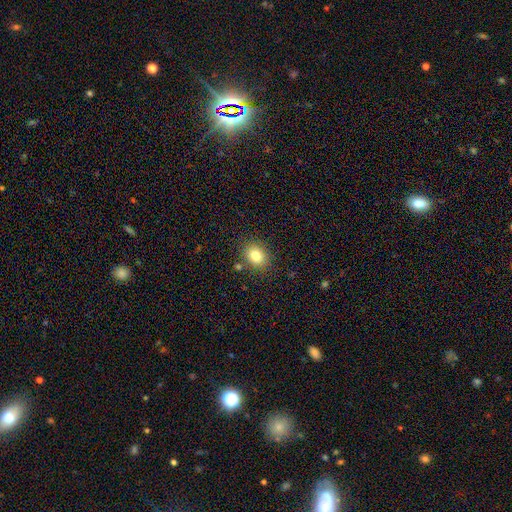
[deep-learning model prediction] This appears to be a smooth galaxy with no disk features (81%) that is round (52%). Merging: none (83%).